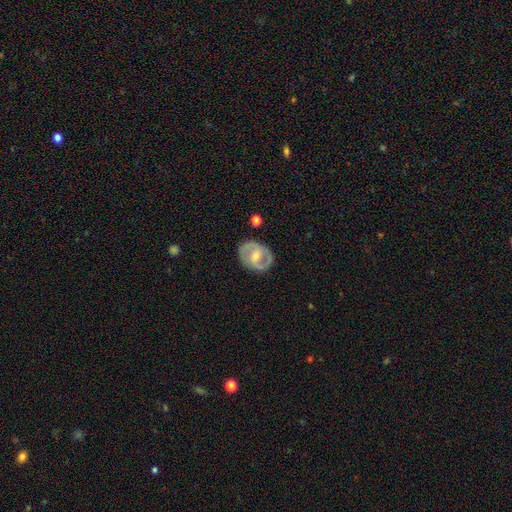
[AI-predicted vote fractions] Smooth or featured? featured or disk (77%)
Edge-on disk? no (97%)
Bar? weak (44%)
Spiral arms? yes (82%)
Spiral winding? medium (50%)
Spiral arm count? 2 (87%)
Bulge size? moderate (50%)
Merging? none (82%)